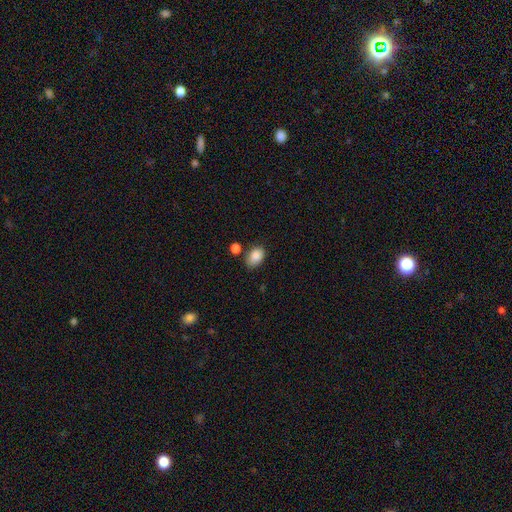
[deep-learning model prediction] A smooth galaxy with no disk features (87%) that is in between round and cigar-shaped (83%). Merging: none (69%).